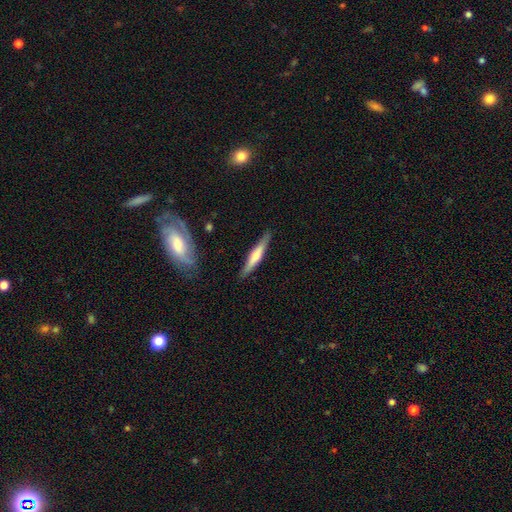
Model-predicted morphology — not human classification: Overall: featured or disk (48%; smooth 46%). Merging: none (88%).